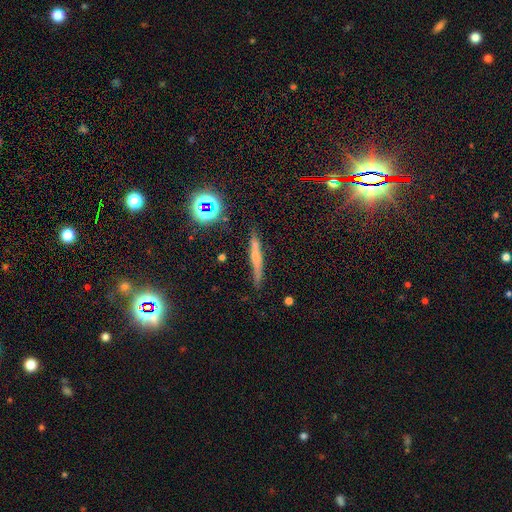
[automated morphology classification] Smooth or featured? smooth (45%)
Merging? none (80%)